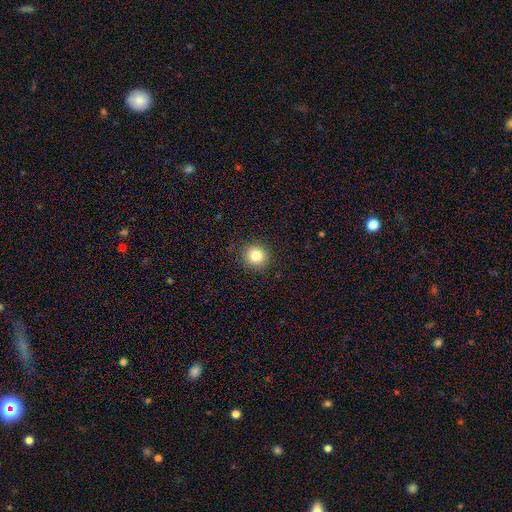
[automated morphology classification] smooth 83%, star or artifact 11%, featured or disk 6%. Down the decision tree: how rounded — round (92%); merging — none (90%).